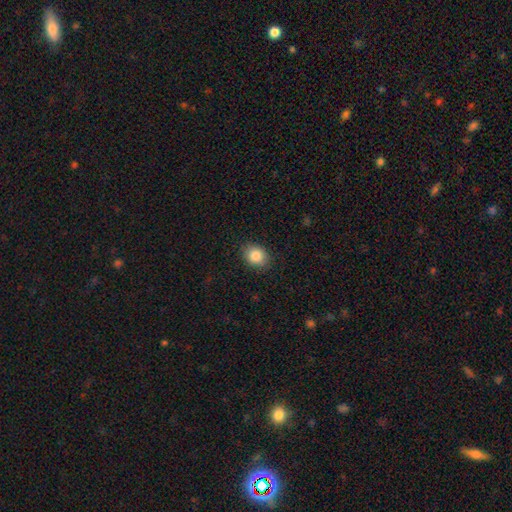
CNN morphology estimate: Smooth or featured? smooth (86%)
How rounded? round (54%)
Merging? none (86%)